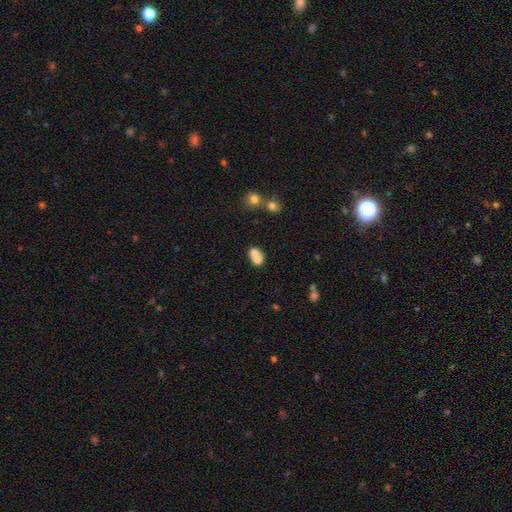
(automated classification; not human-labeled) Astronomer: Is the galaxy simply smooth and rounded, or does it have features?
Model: smooth — 68%.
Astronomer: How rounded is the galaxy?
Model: in between — 52% (runner-up: round, 47%).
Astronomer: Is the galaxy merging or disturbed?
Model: merger — 64%.